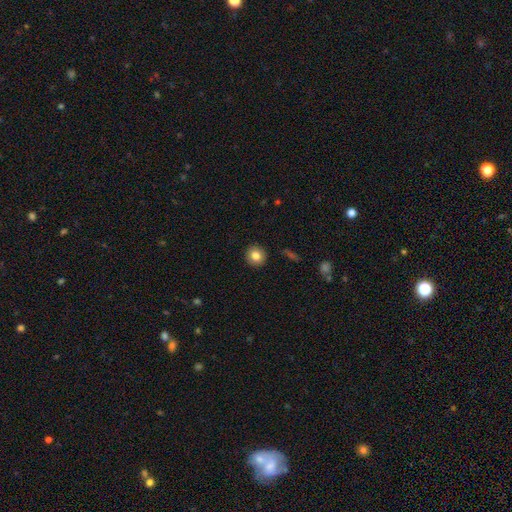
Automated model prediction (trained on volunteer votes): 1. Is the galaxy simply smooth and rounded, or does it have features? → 83% smooth, 9% star or artifact, 8% featured or disk.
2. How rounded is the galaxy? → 91% round, 8% in between, 1% cigar-shaped.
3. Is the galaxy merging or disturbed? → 92% none, 5% minor disturbance, 2% major disturbance, 1% merger.